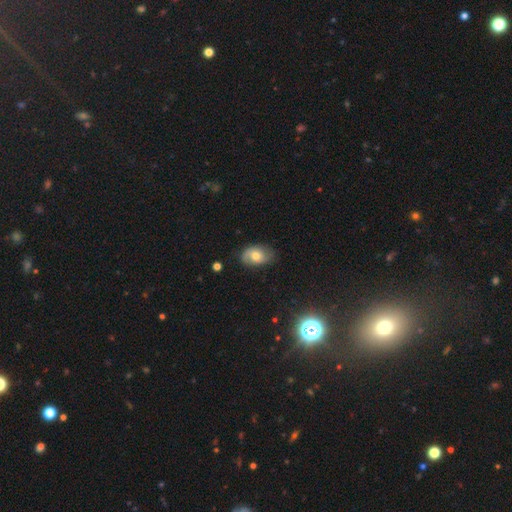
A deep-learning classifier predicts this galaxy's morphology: A smooth galaxy with no disk features (48%).

Vote fractions:
- Smooth or featured? smooth: 48% / featured or disk: 42% / star or artifact: 10%
- Merging? none: 69% / minor disturbance: 23% / major disturbance: 6% / merger: 1%